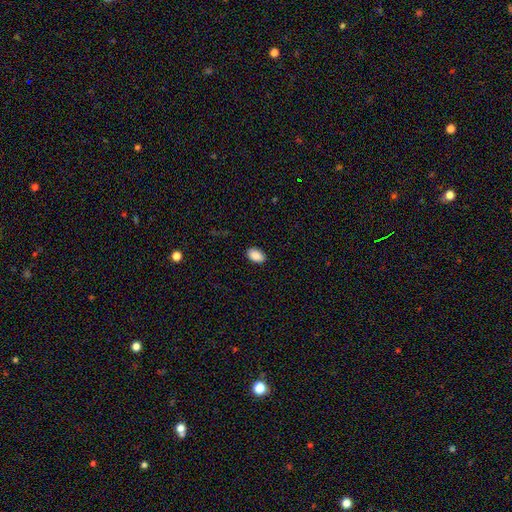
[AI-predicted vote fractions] smooth_or_featured: smooth (p=0.89) [alt: star or artifact p=0.07]
how_rounded: in between (p=0.92) [alt: round p=0.07]
merging: none (p=0.89) [alt: minor disturbance p=0.08]